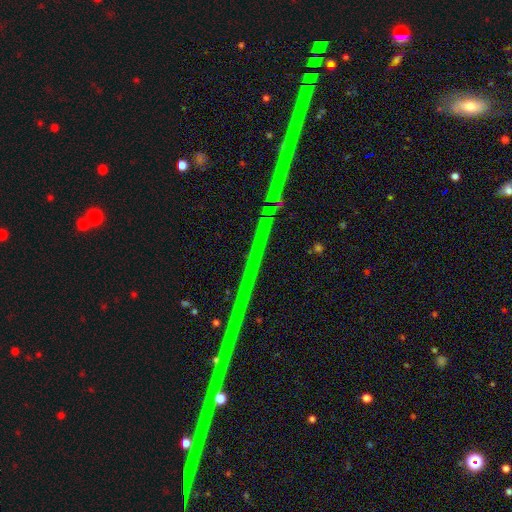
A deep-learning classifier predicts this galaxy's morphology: smooth-or-featured: star or artifact: 87% | featured or disk: 9% | smooth: 5%